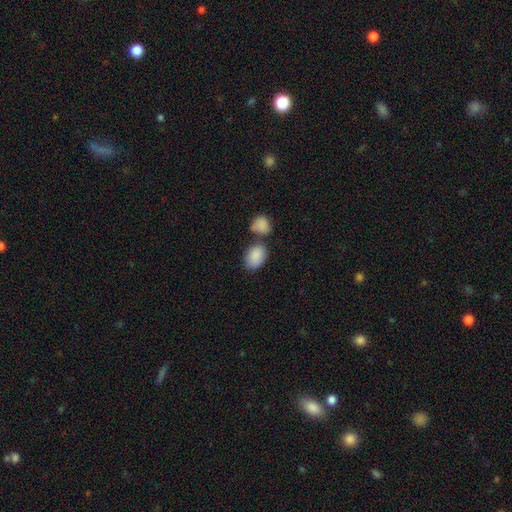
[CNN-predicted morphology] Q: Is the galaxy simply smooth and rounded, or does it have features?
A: smooth — 88%.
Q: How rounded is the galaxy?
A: in between — 85%.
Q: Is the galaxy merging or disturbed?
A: none — 50%.